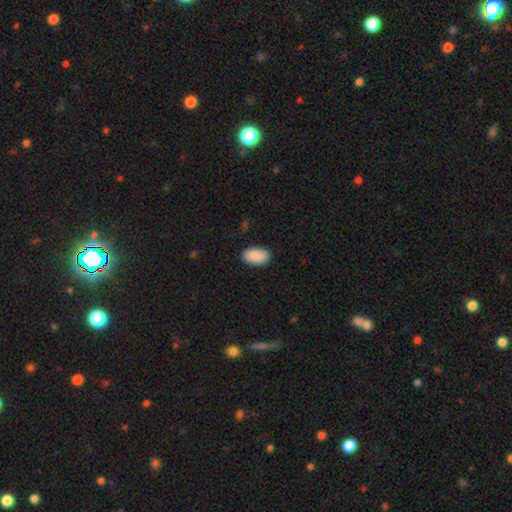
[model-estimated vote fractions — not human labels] smooth 91%, star or artifact 6%, featured or disk 3%. Down the decision tree: how rounded — in between (95%); merging — none (89%).